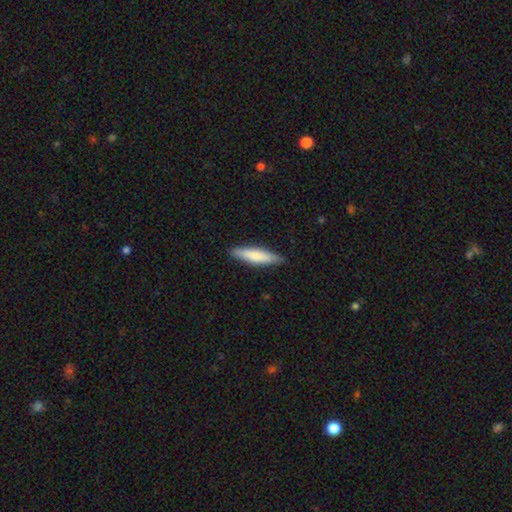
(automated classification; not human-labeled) Smooth or featured? smooth (72%)
How rounded? cigar-shaped (82%)
Merging? none (87%)